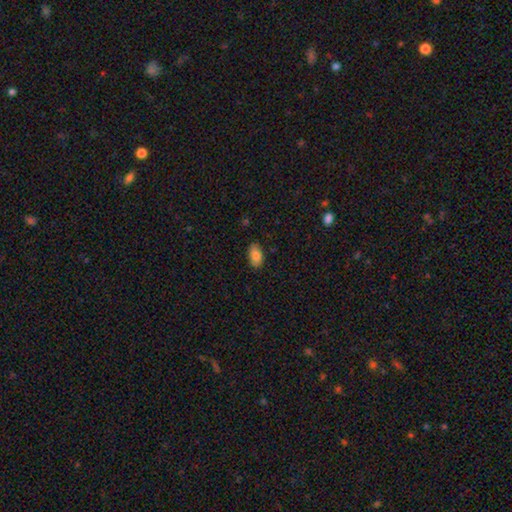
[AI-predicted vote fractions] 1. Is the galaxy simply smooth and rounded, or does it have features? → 84% smooth, 9% featured or disk, 8% star or artifact.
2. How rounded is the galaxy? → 92% in between, 4% round, 3% cigar-shaped.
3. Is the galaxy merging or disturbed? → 85% none, 12% minor disturbance, 2% major disturbance, 1% merger.